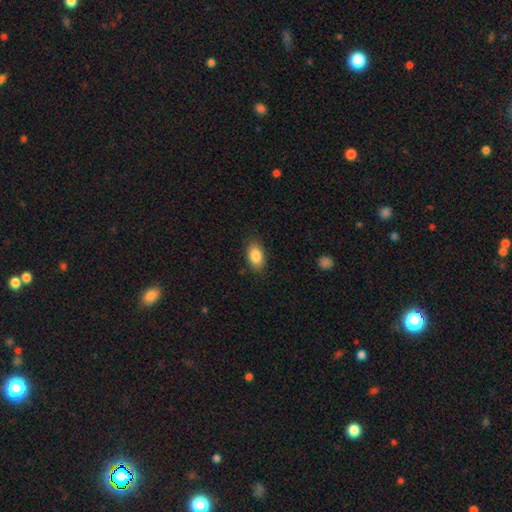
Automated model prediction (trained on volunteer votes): smooth 86%, star or artifact 7%, featured or disk 6%. Down the decision tree: how rounded — in between (89%); merging — none (86%).